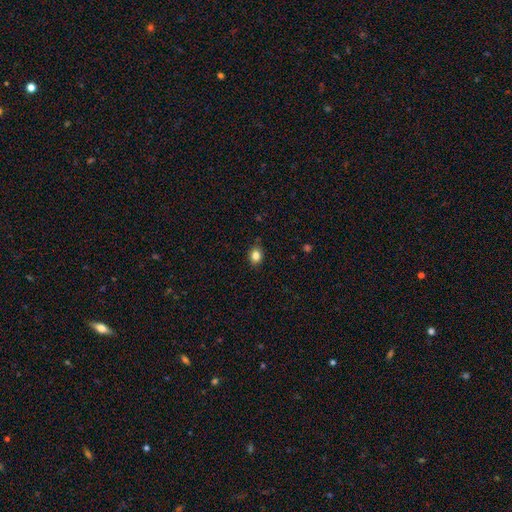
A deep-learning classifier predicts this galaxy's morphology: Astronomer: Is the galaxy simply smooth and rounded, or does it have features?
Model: smooth — 83%.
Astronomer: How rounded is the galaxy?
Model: round — 54% (runner-up: in between, 45%).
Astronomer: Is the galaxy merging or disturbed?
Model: none — 85%.